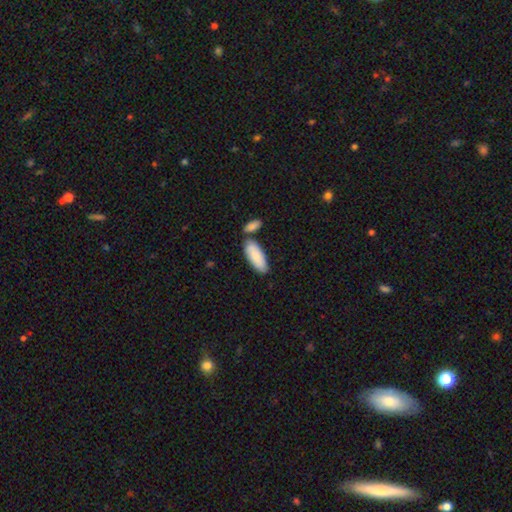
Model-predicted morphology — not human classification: type=smooth (85%); roundness=in between (80%); merging=none (64%).